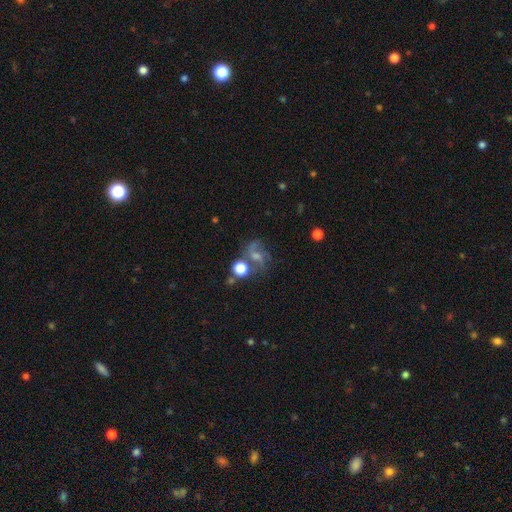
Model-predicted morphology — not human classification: Smooth or featured: featured or disk — 50% (smooth — 26%)
Merging: none — 53% (minor disturbance — 17%)